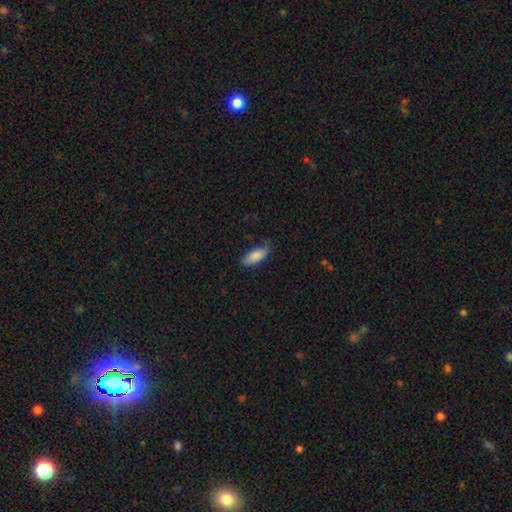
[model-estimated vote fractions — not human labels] Smooth or featured: smooth — 85% (featured or disk — 9%)
How rounded: in between — 80% (cigar-shaped — 18%)
Merging: none — 63% (minor disturbance — 30%)